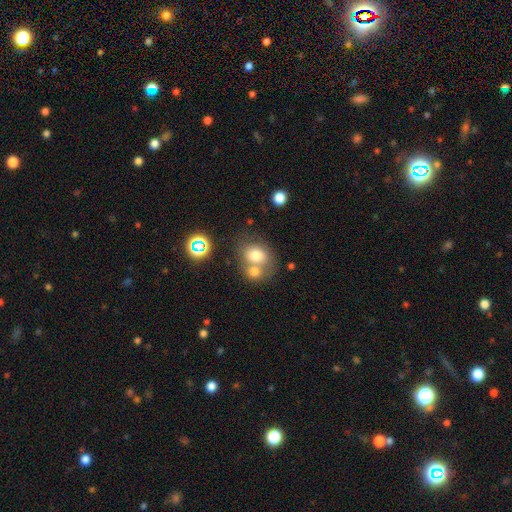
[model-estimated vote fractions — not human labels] smooth-or-featured: smooth: 71% | featured or disk: 17% | star or artifact: 12%
  how-rounded: round: 57% | in between: 42% | cigar-shaped: 1%
  merging: merger: 44% | none: 39% | minor disturbance: 11% | major disturbance: 6%